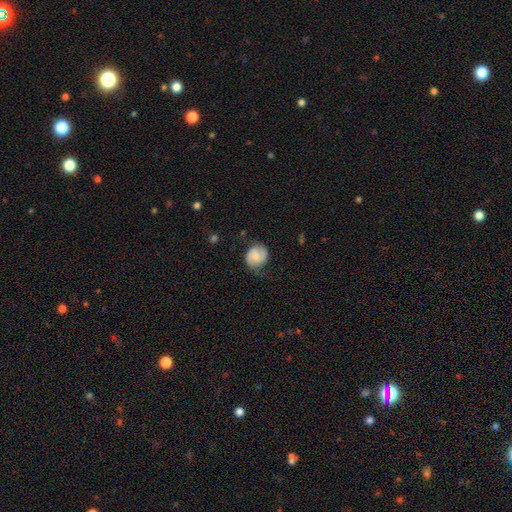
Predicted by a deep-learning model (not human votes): This is possibly a smooth galaxy (52%). How rounded: likely round (73%). Merging: possibly none (58%).